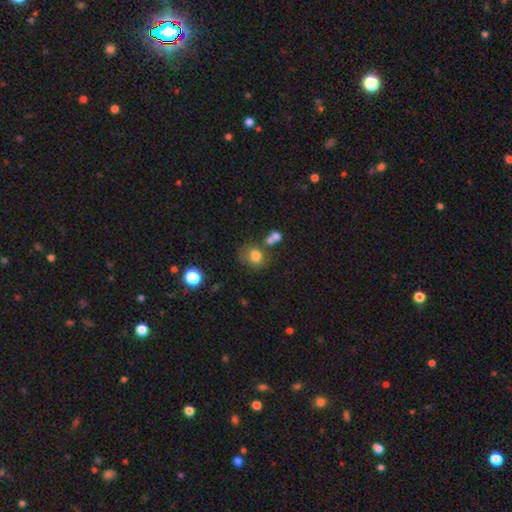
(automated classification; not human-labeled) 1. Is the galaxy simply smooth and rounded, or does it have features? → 77% smooth, 12% star or artifact, 10% featured or disk.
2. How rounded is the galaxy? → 65% round, 34% in between, 1% cigar-shaped.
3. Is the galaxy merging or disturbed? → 53% none, 21% merger, 18% minor disturbance, 9% major disturbance.